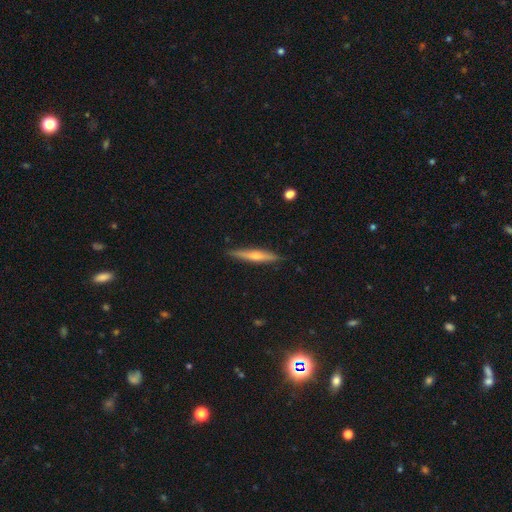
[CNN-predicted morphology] A featured or disk galaxy (51%) viewed edge-on (96%). Merging: none (89%).